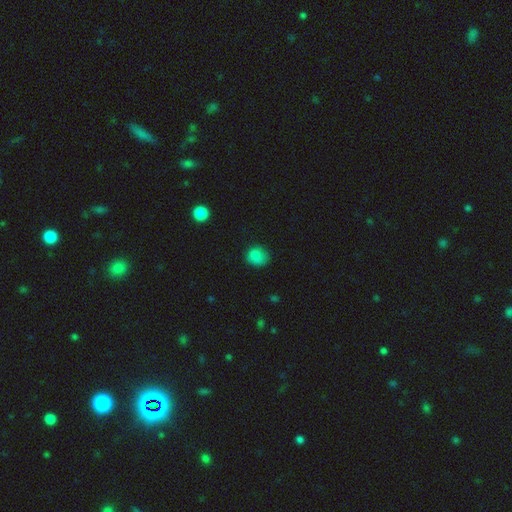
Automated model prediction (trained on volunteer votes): This appears to be a smooth galaxy with no disk features (84%) that is round (73%). Merging: none (71%).